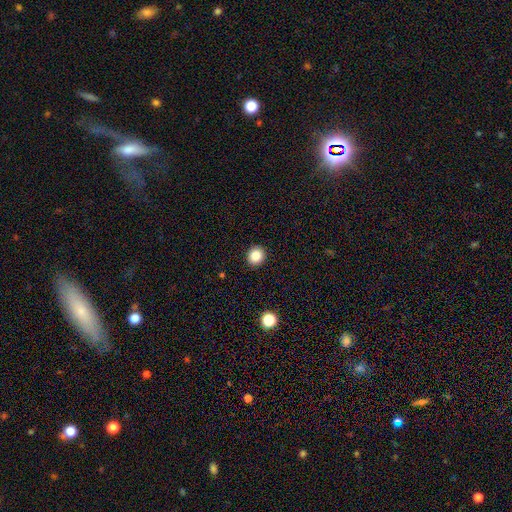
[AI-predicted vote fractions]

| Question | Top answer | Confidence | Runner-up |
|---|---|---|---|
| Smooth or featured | smooth | 86% | star or artifact (10%) |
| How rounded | round | 85% | in between (14%) |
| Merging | none | 92% | minor disturbance (5%) |